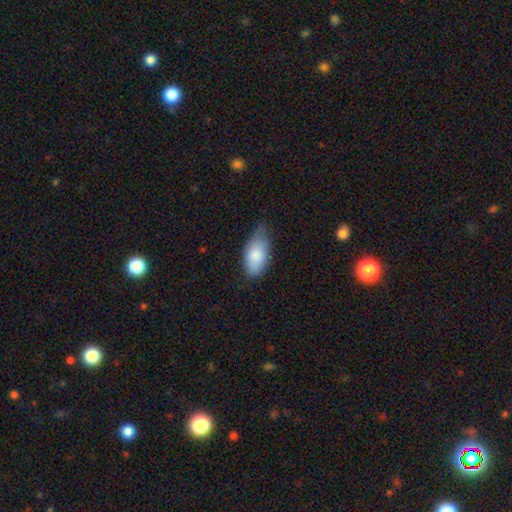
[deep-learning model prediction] This appears to be a smooth galaxy with no disk features (84%) that is in between round and cigar-shaped (93%). Merging: none (52%).